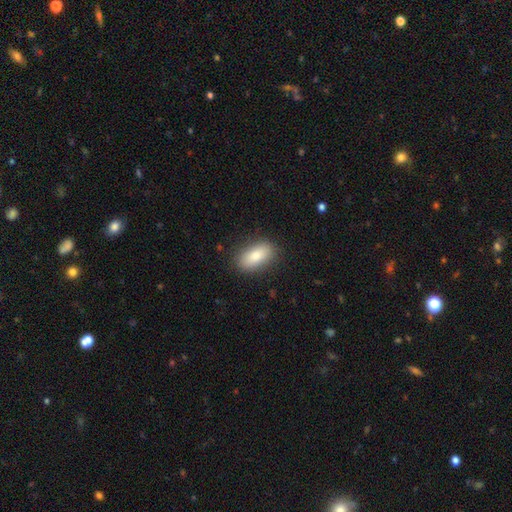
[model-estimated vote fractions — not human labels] smooth_or_featured: smooth (p=0.84) [alt: featured or disk p=0.09]
how_rounded: in between (p=0.89) [alt: cigar-shaped p=0.07]
merging: none (p=0.85) [alt: minor disturbance p=0.11]